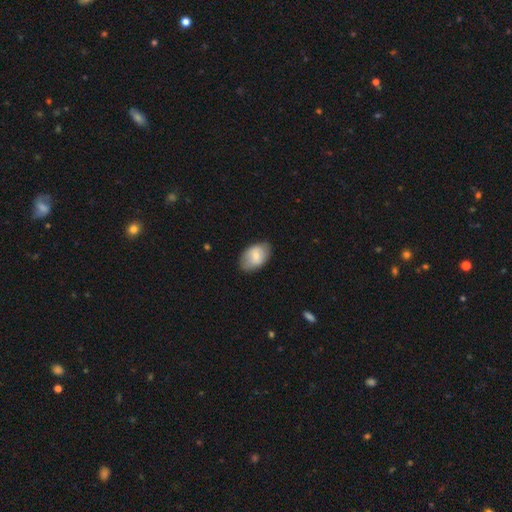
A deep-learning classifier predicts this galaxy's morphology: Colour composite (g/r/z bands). It shows a smooth galaxy with no disk features (71%) that is in between round and cigar-shaped (91%). Merging: none (80%).